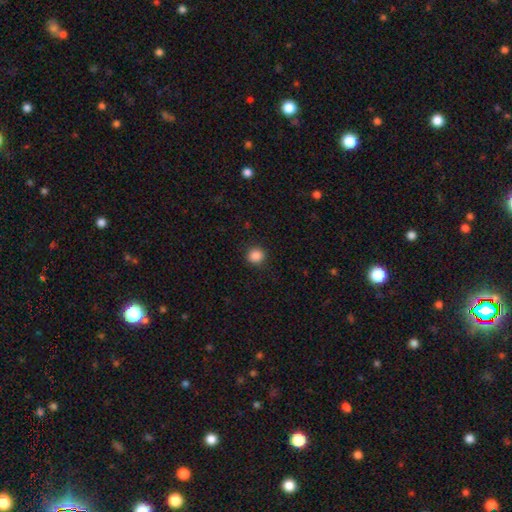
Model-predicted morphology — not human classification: The model was most divided on "how rounded": round: 87%, in between: 12%, cigar-shaped: 1%. More confident: merging — none (90%); smooth or featured — smooth (87%).